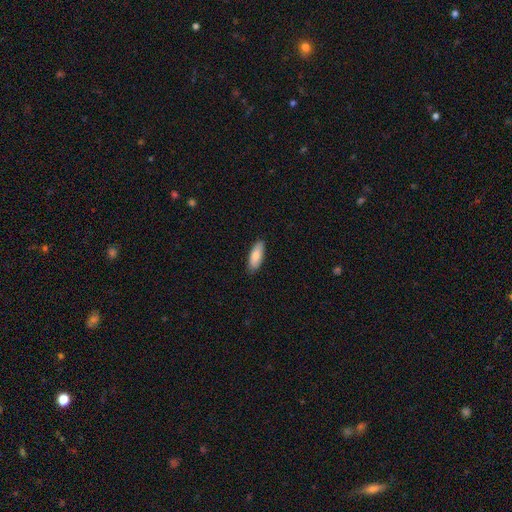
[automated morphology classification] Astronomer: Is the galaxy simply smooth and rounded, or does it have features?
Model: smooth — 81%.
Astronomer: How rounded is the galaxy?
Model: in between — 71%.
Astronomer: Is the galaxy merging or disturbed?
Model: none — 88%.